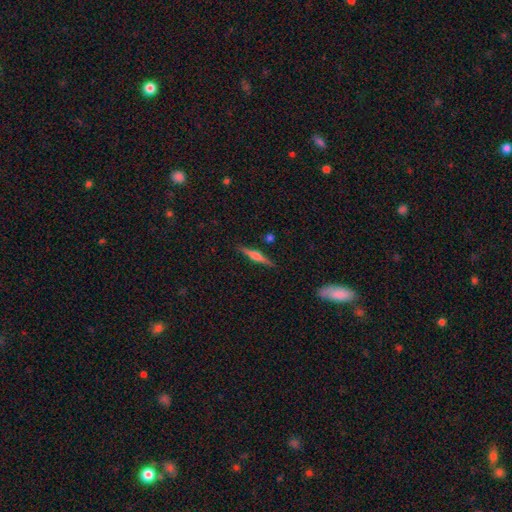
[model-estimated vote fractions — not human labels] featured or disk 62%, smooth 31%, star or artifact 7%. Down the decision tree: edge-on disk — yes (98%); edge-on bulge — rounded (79%); merging — none (89%).